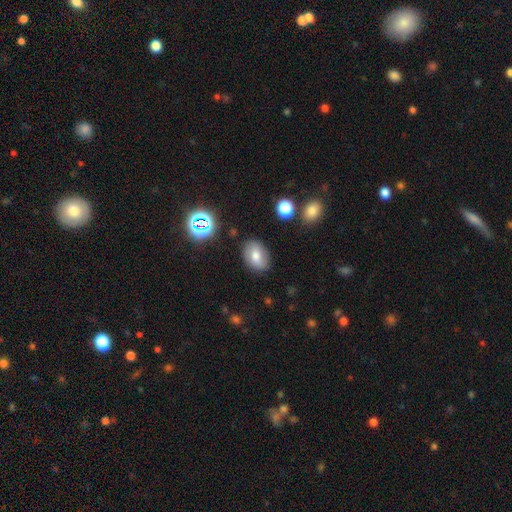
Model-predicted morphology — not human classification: Overall: smooth (69%). How rounded: in between (74%). Merging: none (83%).